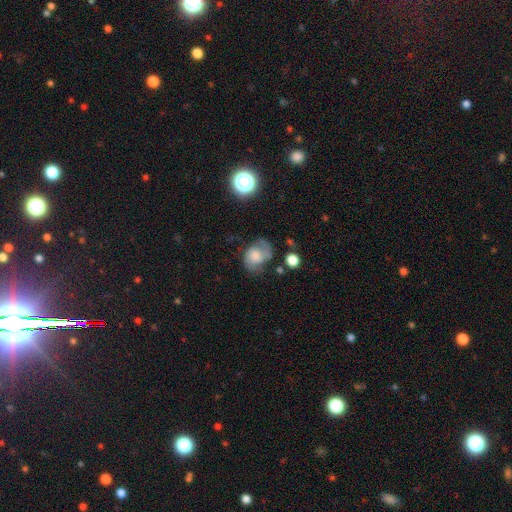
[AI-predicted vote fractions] featured or disk 46%, smooth 44%, star or artifact 10%. Down the decision tree: merging — none (43%).